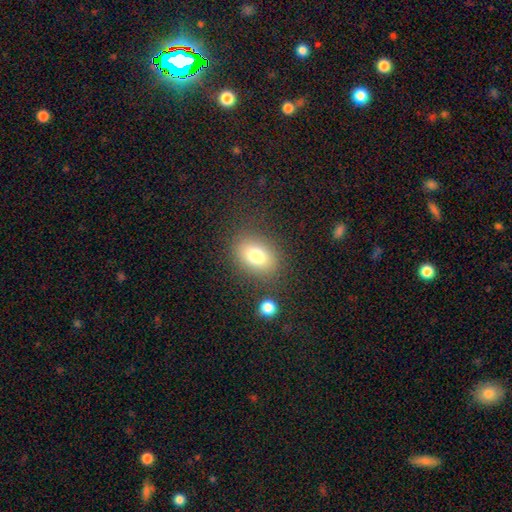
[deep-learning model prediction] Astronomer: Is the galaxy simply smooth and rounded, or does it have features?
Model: smooth — 77%.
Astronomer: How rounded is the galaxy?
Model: in between — 64%.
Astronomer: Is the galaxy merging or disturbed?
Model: none — 79%.